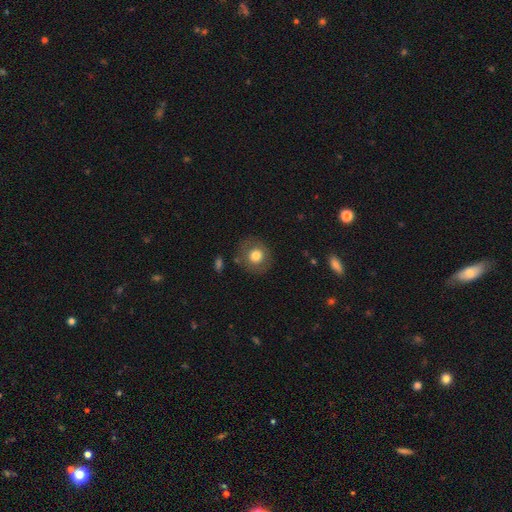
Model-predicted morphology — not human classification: This appears to be a smooth galaxy with no disk features (73%) that is round (88%). Merging: none (84%).